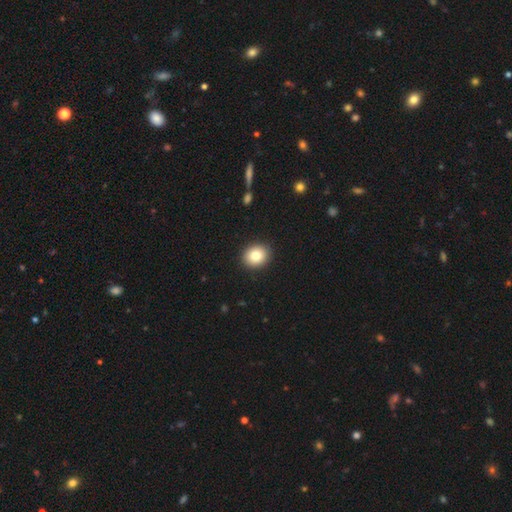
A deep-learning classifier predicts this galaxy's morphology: Smooth or featured? smooth (81%)
How rounded? round (72%)
Merging? none (91%)